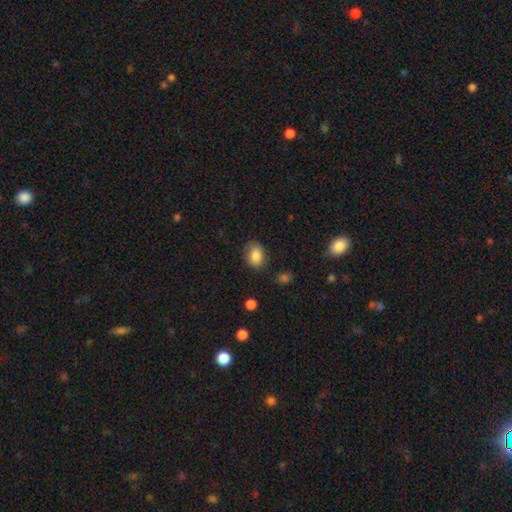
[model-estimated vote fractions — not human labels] Smooth or featured? smooth (85%)
How rounded? in between (72%)
Merging? none (77%)